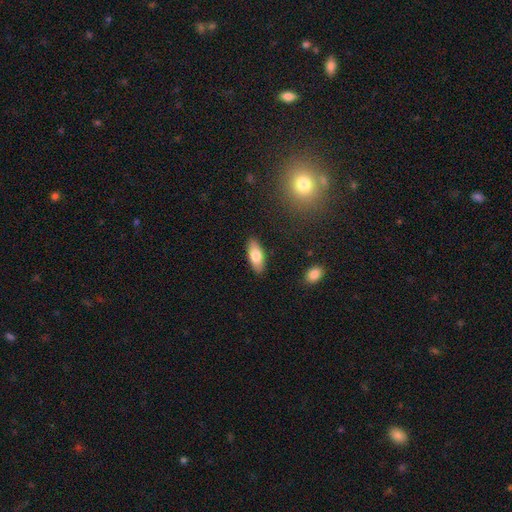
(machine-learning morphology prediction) Smooth or featured: smooth — 77% (featured or disk — 17%)
How rounded: in between — 80% (cigar-shaped — 18%)
Merging: none — 88% (minor disturbance — 9%)